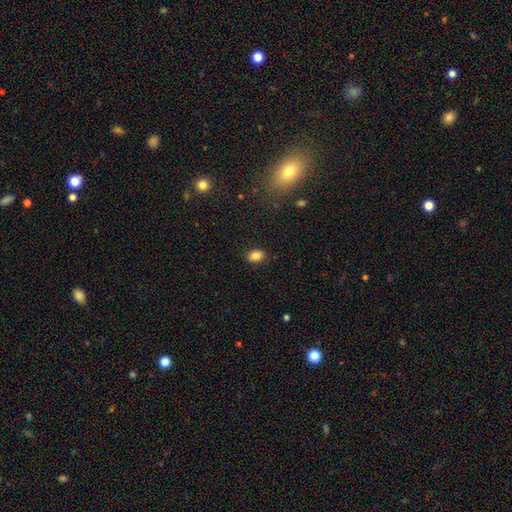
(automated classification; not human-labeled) smooth_or_featured: smooth (p=0.84) [alt: star or artifact p=0.10]
how_rounded: in between (p=0.72) [alt: round p=0.26]
merging: none (p=0.87) [alt: minor disturbance p=0.09]